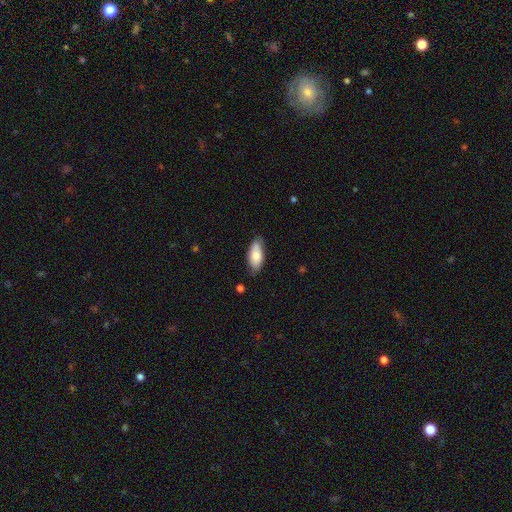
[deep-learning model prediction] This is likely a smooth galaxy (76%). How rounded: clearly in between (86%). Merging: likely none (74%).